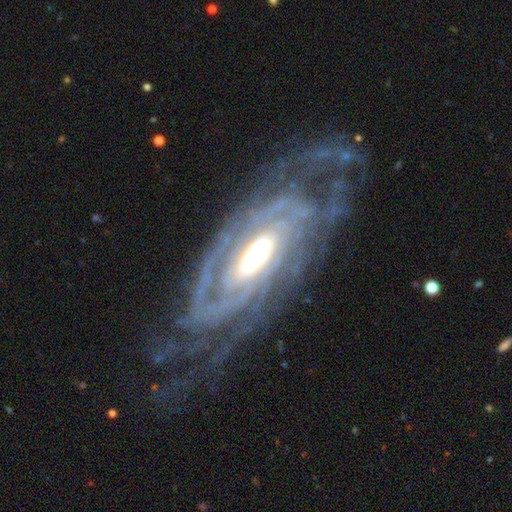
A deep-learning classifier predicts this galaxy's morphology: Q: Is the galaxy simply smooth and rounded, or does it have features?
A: featured or disk — 89%.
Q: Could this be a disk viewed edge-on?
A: no — 90%.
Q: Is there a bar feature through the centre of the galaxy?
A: no — 41%.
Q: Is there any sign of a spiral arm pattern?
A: yes — 96%.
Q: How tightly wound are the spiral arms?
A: tight — 71%.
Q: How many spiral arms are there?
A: can't tell — 32%.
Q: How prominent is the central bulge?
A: moderate — 58%.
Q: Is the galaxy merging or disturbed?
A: none — 69%.